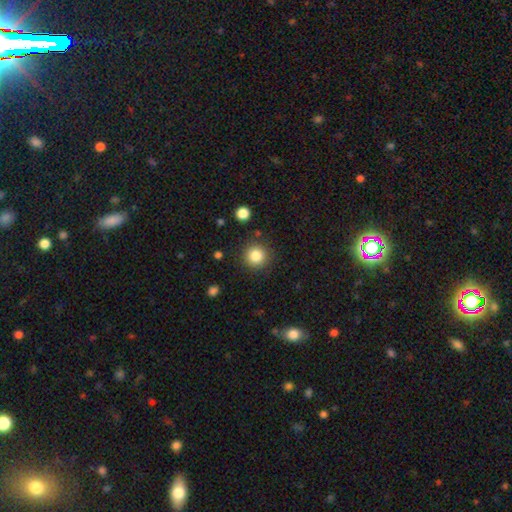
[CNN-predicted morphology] Smooth or featured: smooth — 83% (star or artifact — 11%)
How rounded: round — 95% (in between — 4%)
Merging: none — 89% (minor disturbance — 7%)